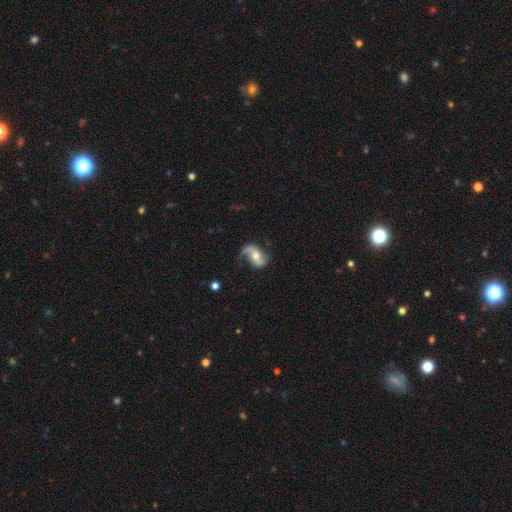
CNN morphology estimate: A featured or disk galaxy (79%) with no bar (47%), 2 (75%) loose (65%) spiral arms (93%) and a moderate central bulge (68%).

Vote fractions:
- Smooth or featured? featured or disk: 79% / smooth: 15% / star or artifact: 6%
- Edge-on disk? no: 96% / yes: 4%
- Bar? no: 47% / weak: 32% / strong: 21%
- Spiral arms? yes: 93% / no: 7%
- Spiral winding? loose: 65% / medium: 26% / tight: 9%
- Spiral arm count? 2: 75% / 1: 19% / can't tell: 3% / 3: 1% / 4: 1% / more than 4: 1%
- Bulge size? moderate: 68% / small: 25% / large: 5% / none: 1% / dominant: 1%
- Merging? none: 58% / minor disturbance: 24% / major disturbance: 16% / merger: 2%